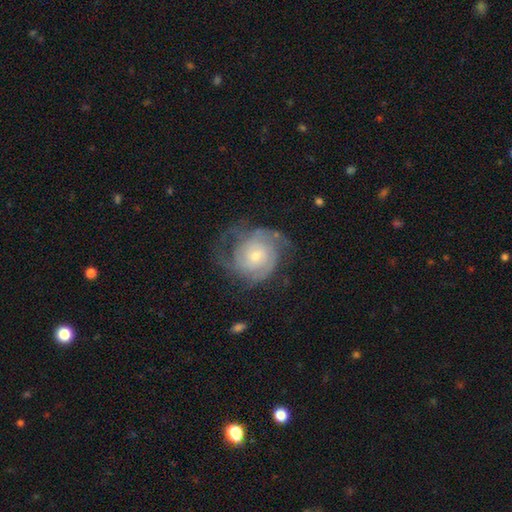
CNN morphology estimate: Overall: featured or disk (80%). Edge-on disk: no (98%). Bar: no (68%). Spiral arms: yes (93%). Spiral arm count: 2 (46%; can't tell 24%). Spiral winding: tight (53%; medium 35%). Bulge size: small (47%; moderate 46%). Merging: none (58%; minor disturbance 22%).